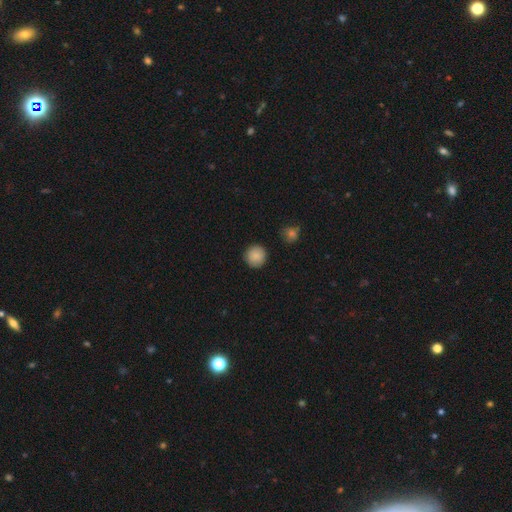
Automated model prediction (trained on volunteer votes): A smooth galaxy with no disk features (88%) that is round (94%).

Vote fractions:
- Smooth or featured? smooth: 88% / star or artifact: 8% / featured or disk: 4%
- How rounded? round: 94% / in between: 5% / cigar-shaped: 1%
- Merging? none: 90% / minor disturbance: 7% / major disturbance: 2% / merger: 1%